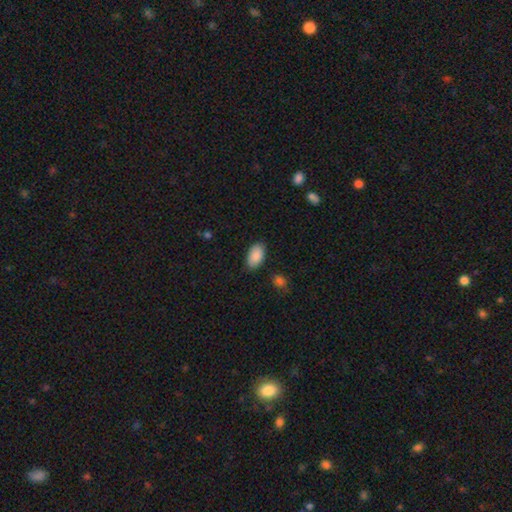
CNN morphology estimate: A smooth galaxy with no disk features (89%) that is in between round and cigar-shaped (94%).

Vote fractions:
- Smooth or featured? smooth: 89% / star or artifact: 6% / featured or disk: 5%
- How rounded? in between: 94% / round: 4% / cigar-shaped: 2%
- Merging? none: 85% / minor disturbance: 11% / major disturbance: 2% / merger: 1%